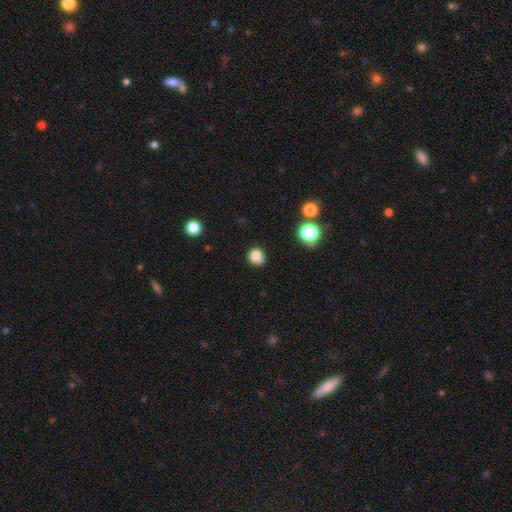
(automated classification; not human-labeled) Smooth or featured: smooth — 81% (star or artifact — 13%)
How rounded: round — 77% (in between — 22%)
Merging: none — 62% (minor disturbance — 24%)